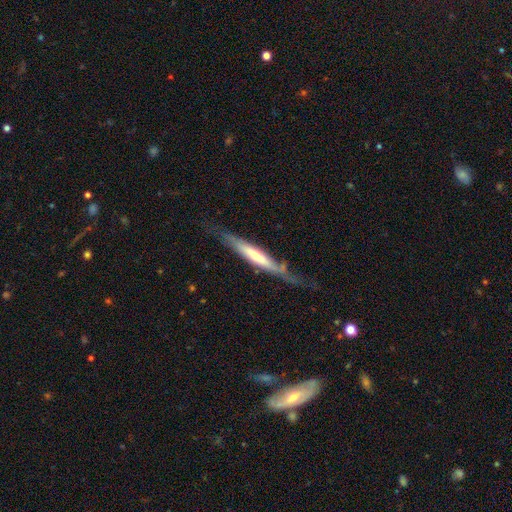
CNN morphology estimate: The model was most divided on "edge-on bulge": none: 42%, rounded: 33%, boxy: 24%. More confident: edge-on disk — yes (81%); smooth or featured — featured or disk (64%); merging — none (59%).